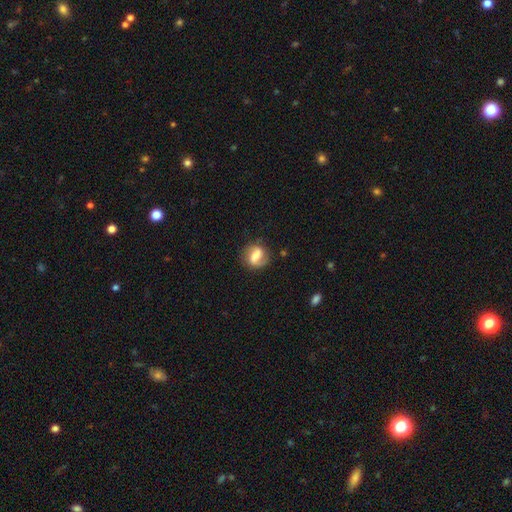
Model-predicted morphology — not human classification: This is possibly a featured or disk galaxy (53%). It is clearly not viewed edge-on (95%). Bar: marginally strong (41%). Spiral arm pattern: likely yes (80%). Central bulge: marginally moderate (41%). Merging: likely none (71%).